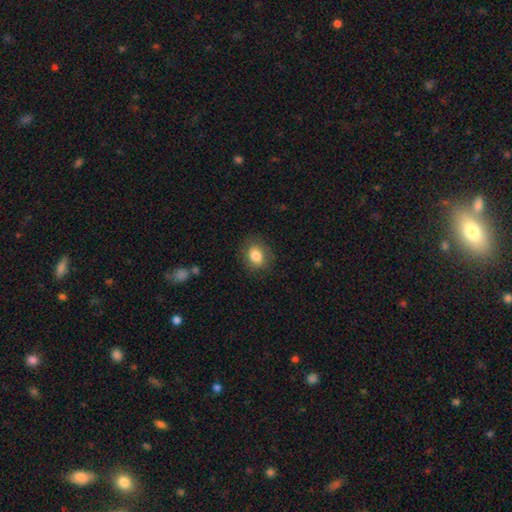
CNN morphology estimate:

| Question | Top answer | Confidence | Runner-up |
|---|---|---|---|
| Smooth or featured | smooth | 82% | featured or disk (10%) |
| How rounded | in between | 50% | round (49%) |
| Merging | none | 83% | minor disturbance (12%) |